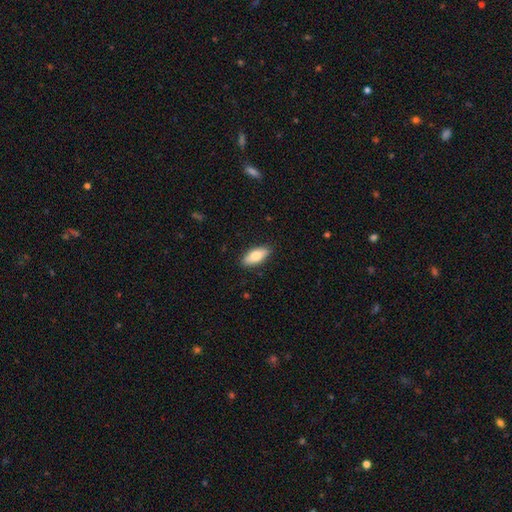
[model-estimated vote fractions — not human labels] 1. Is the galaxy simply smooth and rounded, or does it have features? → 78% smooth, 16% featured or disk, 6% star or artifact.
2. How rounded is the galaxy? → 83% in between, 14% cigar-shaped, 2% round.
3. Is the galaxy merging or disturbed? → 88% none, 9% minor disturbance, 2% major disturbance, 1% merger.